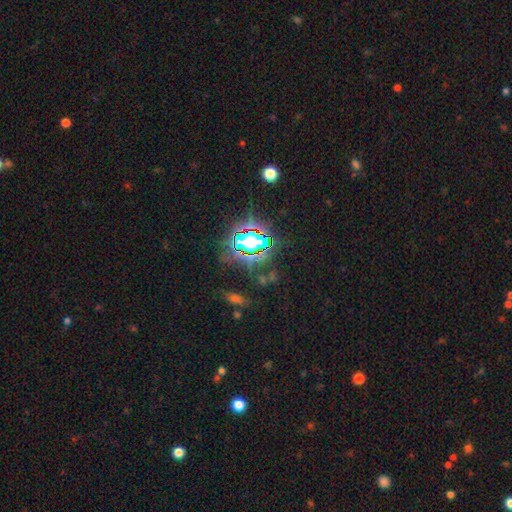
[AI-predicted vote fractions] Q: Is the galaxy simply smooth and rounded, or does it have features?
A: star or artifact — 83%.